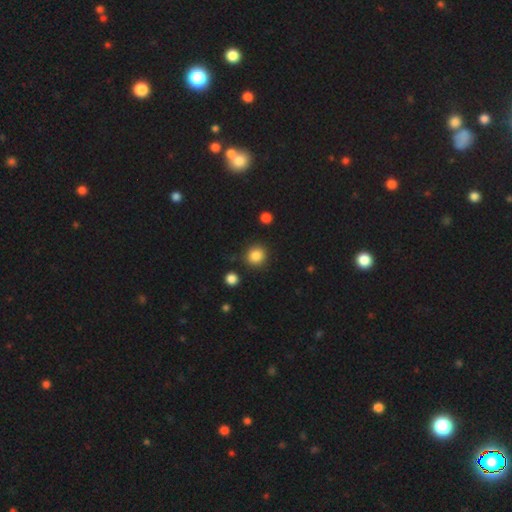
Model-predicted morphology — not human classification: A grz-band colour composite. It shows a smooth galaxy with no disk features (86%) that is round (86%). Merging: none (86%).